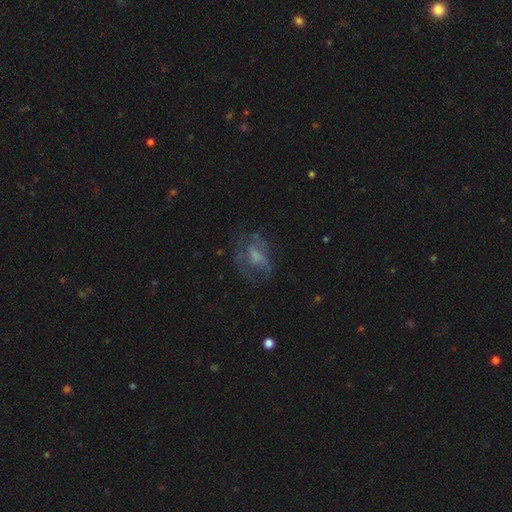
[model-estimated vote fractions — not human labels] Smooth or featured? featured or disk (47%)
Merging? none (46%)